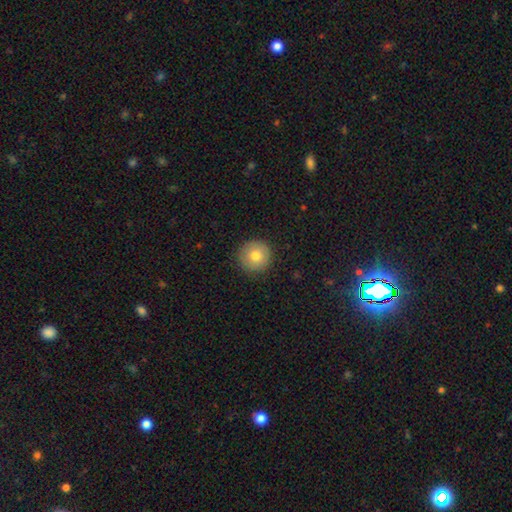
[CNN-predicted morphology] Smooth or featured? smooth (79%)
How rounded? round (96%)
Merging? none (91%)